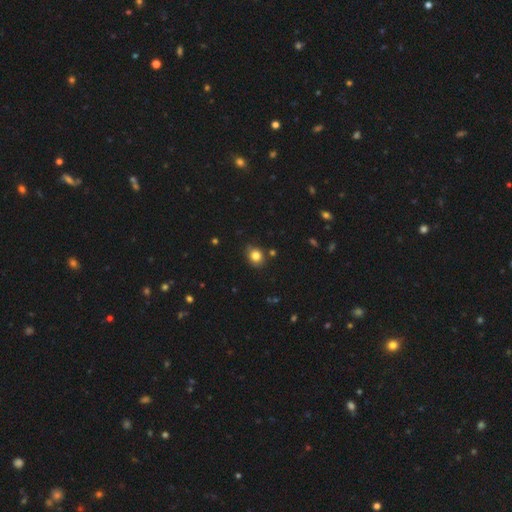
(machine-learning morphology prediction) Q: Smooth or featured?
A: smooth (82%); runner-up: star or artifact (11%)
Q: How rounded?
A: round (66%); runner-up: in between (33%)
Q: Merging?
A: none (81%); runner-up: minor disturbance (13%)